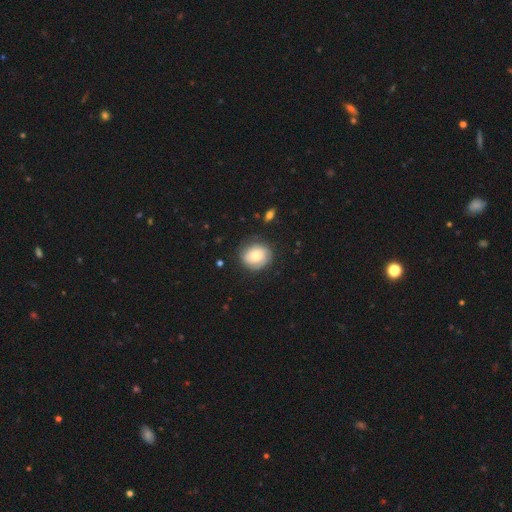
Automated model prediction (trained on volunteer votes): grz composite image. It shows a smooth galaxy with no disk features (59%) that is round (74%). Merging: none (77%).